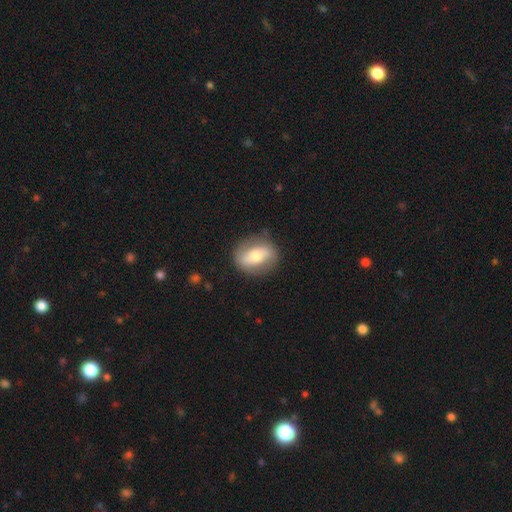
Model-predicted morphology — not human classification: Smooth or featured: smooth — 48% (featured or disk — 45%)
Merging: none — 82% (minor disturbance — 12%)